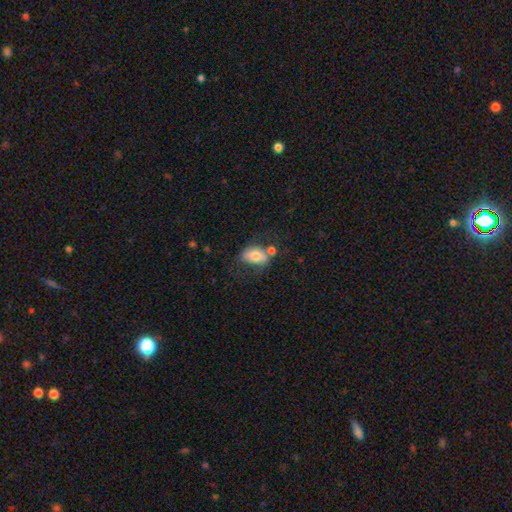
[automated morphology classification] The model was most divided on "merging": none: 47%, minor disturbance: 21%, merger: 19%, major disturbance: 12%. More confident: how rounded — in between (88%); smooth or featured — smooth (69%).